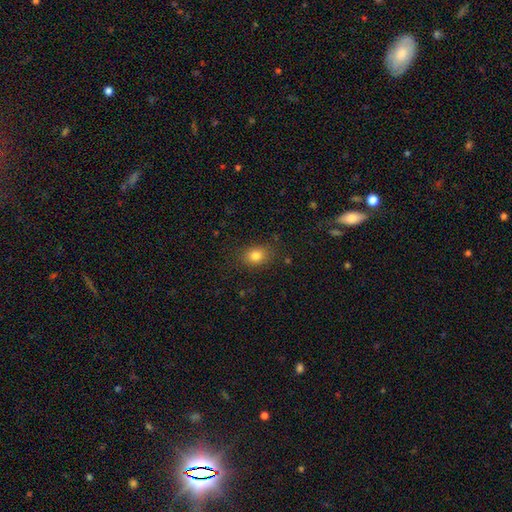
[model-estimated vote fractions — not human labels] Smooth or featured: smooth — 82% (star or artifact — 12%)
How rounded: in between — 54% (round — 45%)
Merging: none — 83% (minor disturbance — 12%)